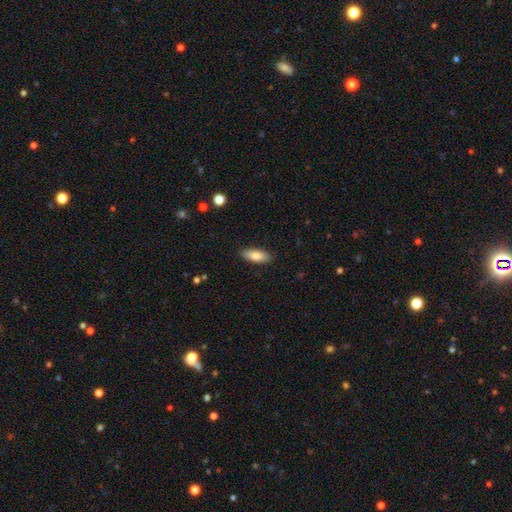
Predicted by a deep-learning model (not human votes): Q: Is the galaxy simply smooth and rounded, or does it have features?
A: smooth — 82%.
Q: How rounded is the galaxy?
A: in between — 79%.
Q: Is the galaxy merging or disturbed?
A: none — 88%.